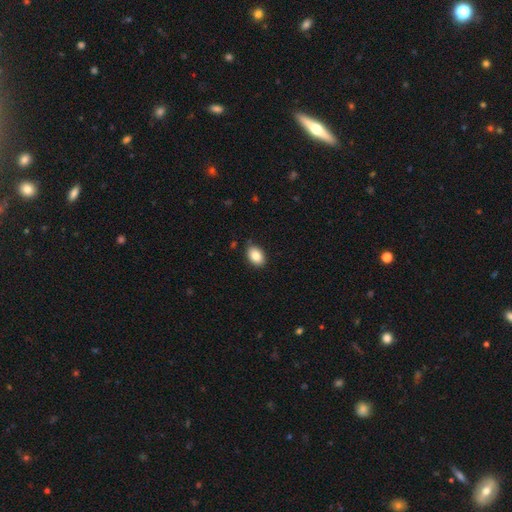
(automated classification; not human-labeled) The model was most divided on "merging": none: 84%, minor disturbance: 12%, major disturbance: 2%, merger: 1%. More confident: smooth or featured — smooth (86%); how rounded — in between (86%).